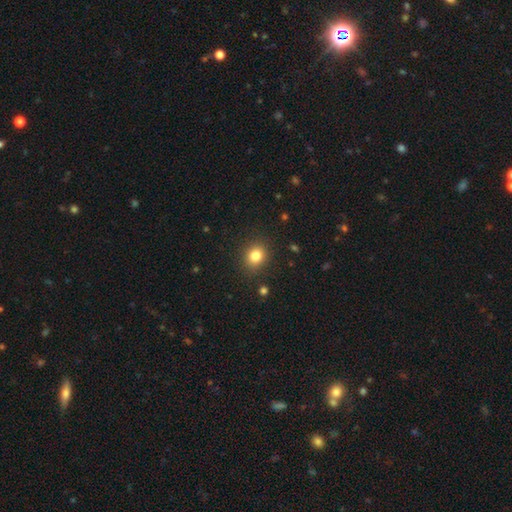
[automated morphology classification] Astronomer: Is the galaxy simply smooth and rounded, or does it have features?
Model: smooth — 81%.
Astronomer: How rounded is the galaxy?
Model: round — 69%.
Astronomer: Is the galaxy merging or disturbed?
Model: none — 87%.